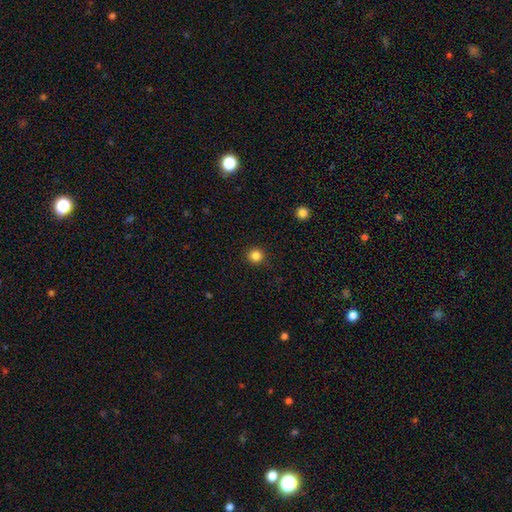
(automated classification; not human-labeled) Overall: smooth (85%). How rounded: round (93%). Merging: none (92%).